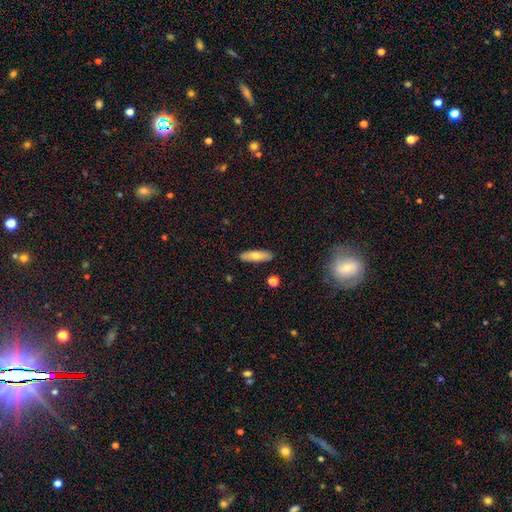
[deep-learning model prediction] Smooth or featured: smooth — 70% (featured or disk — 23%)
How rounded: cigar-shaped — 54% (in between — 44%)
Merging: none — 87% (minor disturbance — 9%)